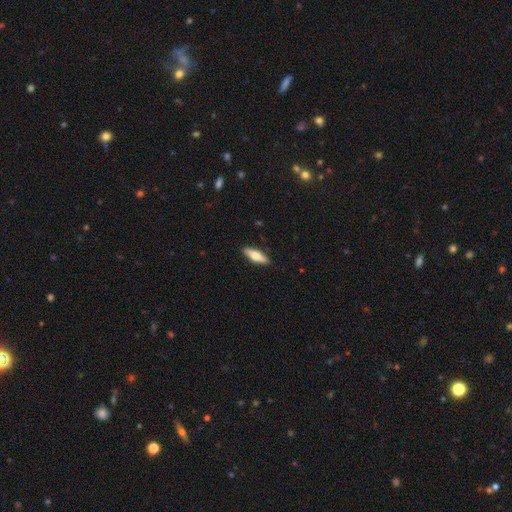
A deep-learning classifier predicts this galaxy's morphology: A smooth galaxy with no disk features (57%) that is cigar-shaped (55%).

Vote fractions:
- Smooth or featured? smooth: 57% / featured or disk: 37% / star or artifact: 5%
- How rounded? cigar-shaped: 55% / in between: 43% / round: 2%
- Merging? none: 90% / minor disturbance: 7% / major disturbance: 2% / merger: 1%